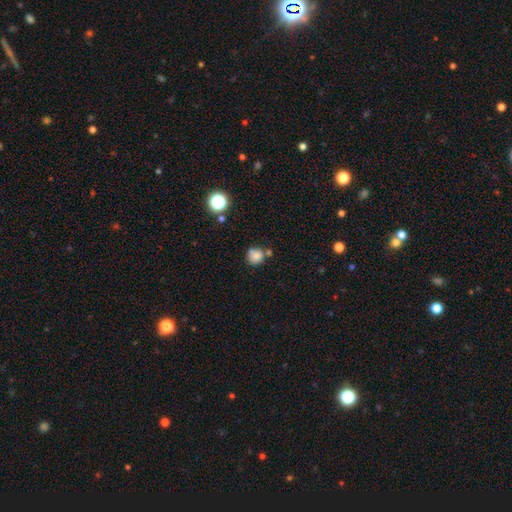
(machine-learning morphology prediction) Smooth or featured?
  - smooth: 78% *
  - star or artifact: 13%
  - featured or disk: 9%
How rounded?
  - round: 87% *
  - in between: 12%
  - cigar-shaped: 1%
Merging?
  - none: 59% *
  - merger: 20%
  - minor disturbance: 16%
  - major disturbance: 5%